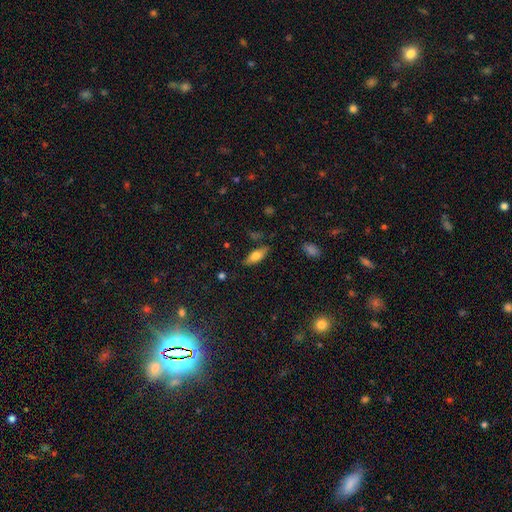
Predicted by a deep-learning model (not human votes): A smooth galaxy with no disk features (70%) that is in between round and cigar-shaped (74%). Merging: none (79%).